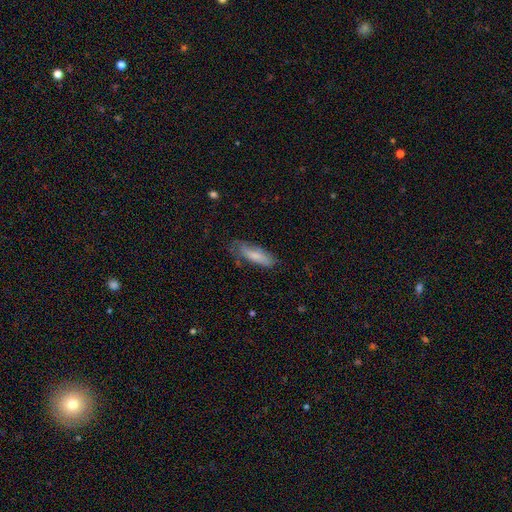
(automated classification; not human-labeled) smooth-or-featured: smooth: 73% | featured or disk: 20% | star or artifact: 6%
  how-rounded: cigar-shaped: 50% | in between: 48% | round: 2%
  merging: none: 62% | minor disturbance: 27% | major disturbance: 9% | merger: 2%